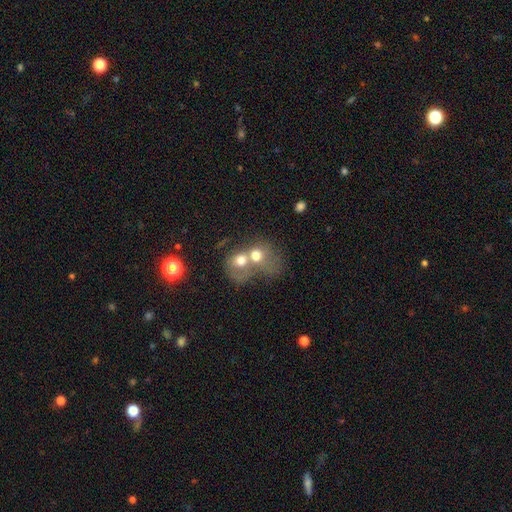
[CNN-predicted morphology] Q: Smooth or featured?
A: smooth (62%); runner-up: featured or disk (27%)
Q: How rounded?
A: round (58%); runner-up: in between (41%)
Q: Merging?
A: merger (74%); runner-up: none (12%)